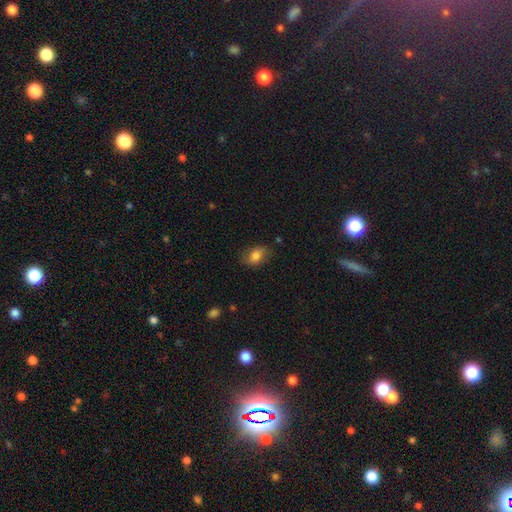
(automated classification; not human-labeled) smooth-or-featured: smooth: 80% | featured or disk: 12% | star or artifact: 8%
  how-rounded: in between: 84% | round: 14% | cigar-shaped: 2%
  merging: none: 75% | minor disturbance: 18% | major disturbance: 5% | merger: 1%